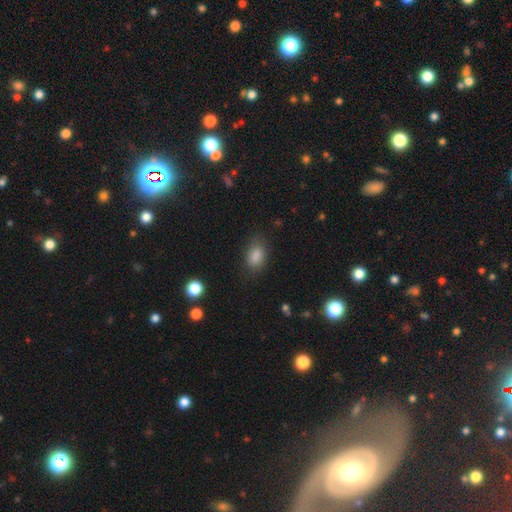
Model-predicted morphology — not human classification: A smooth galaxy with no disk features (83%) that is in between round and cigar-shaped (86%).

Vote fractions:
- Smooth or featured? smooth: 83% / star or artifact: 11% / featured or disk: 6%
- How rounded? in between: 86% / round: 12% / cigar-shaped: 2%
- Merging? none: 79% / minor disturbance: 15% / major disturbance: 5% / merger: 1%